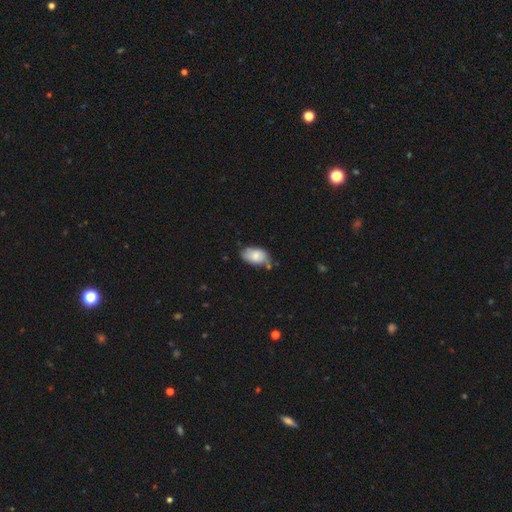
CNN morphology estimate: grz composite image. It shows a smooth galaxy with no disk features (79%) that is in between round and cigar-shaped (92%). Merging: none (59%).